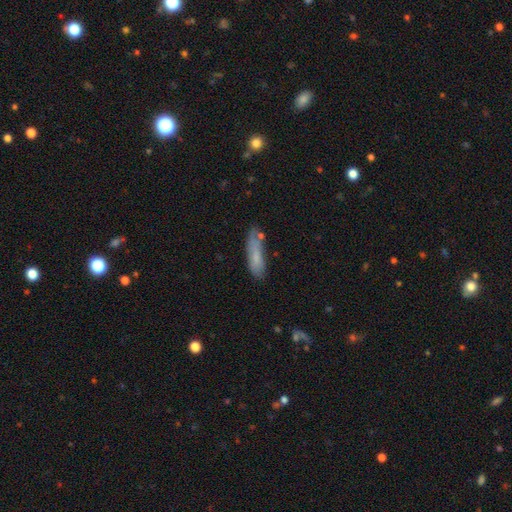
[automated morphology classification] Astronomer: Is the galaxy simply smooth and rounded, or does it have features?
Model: smooth — 75%.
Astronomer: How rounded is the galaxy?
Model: cigar-shaped — 65%.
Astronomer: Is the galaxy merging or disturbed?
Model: none — 65%.